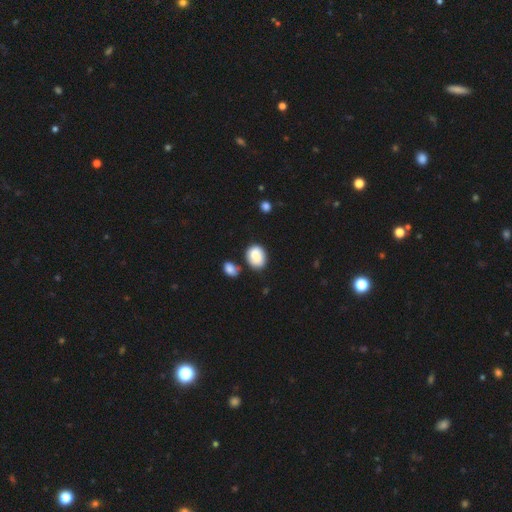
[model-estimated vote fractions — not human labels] Smooth or featured?
  - smooth: 84% *
  - featured or disk: 9%
  - star or artifact: 7%
How rounded?
  - in between: 61% *
  - round: 38%
  - cigar-shaped: 1%
Merging?
  - none: 64% *
  - minor disturbance: 18%
  - merger: 14%
  - major disturbance: 5%